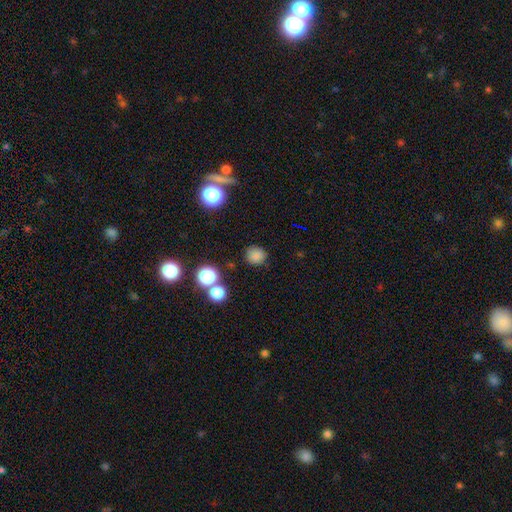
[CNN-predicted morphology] Smooth or featured? Predicted: smooth (p=0.78). How rounded? Predicted: round (p=0.86). Merging? Predicted: none (p=0.80).